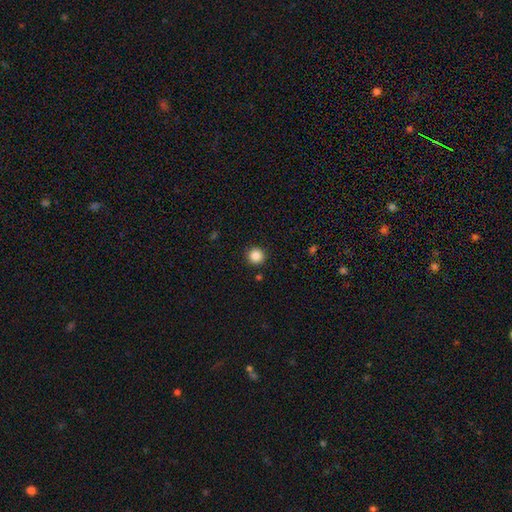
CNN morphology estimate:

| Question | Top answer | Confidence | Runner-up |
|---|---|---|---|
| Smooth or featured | smooth | 86% | star or artifact (11%) |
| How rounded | round | 95% | in between (4%) |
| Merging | none | 92% | minor disturbance (5%) |